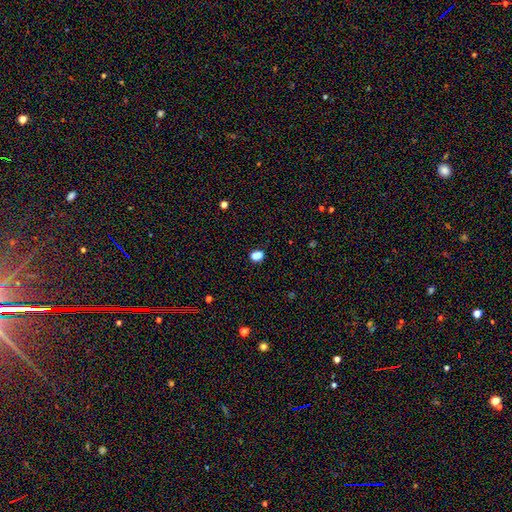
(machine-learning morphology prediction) This appears to be a smooth galaxy with no disk features (78%) that is in between round and cigar-shaped (62%). Merging: none (87%).